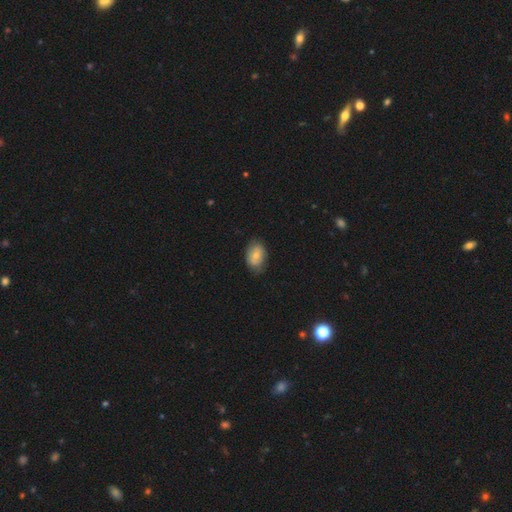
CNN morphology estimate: smooth 69%, featured or disk 23%, star or artifact 7%. Down the decision tree: how rounded — in between (82%); merging — none (72%).